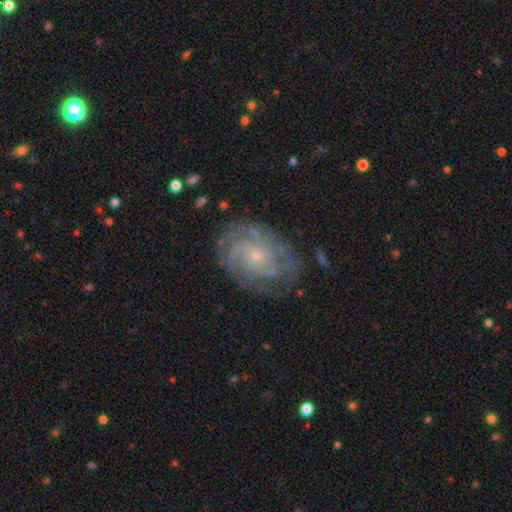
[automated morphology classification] Smooth or featured?
  - featured or disk: 82% *
  - smooth: 11%
  - star or artifact: 7%
Edge-on disk?
  - no: 97% *
  - yes: 3%
Bar?
  - no: 79% *
  - weak: 18%
  - strong: 3%
Spiral arms?
  - yes: 92% *
  - no: 8%
Spiral winding?
  - tight: 63% *
  - medium: 29%
  - loose: 8%
Spiral arm count?
  - can't tell: 41% *
  - 4: 17%
  - 3: 15%
  - 2: 13%
  - more than 4: 8%
  - 1: 6%
Bulge size?
  - small: 68% *
  - moderate: 26%
  - none: 3%
  - large: 1%
  - dominant: 1%
Merging?
  - none: 73% *
  - minor disturbance: 18%
  - major disturbance: 8%
  - merger: 1%